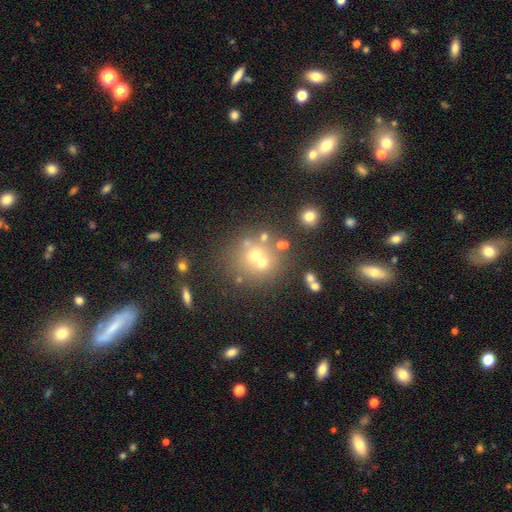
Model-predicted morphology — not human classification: This is possibly a smooth galaxy (52%). How rounded: clearly round (85%). Merging: possibly none (52%).